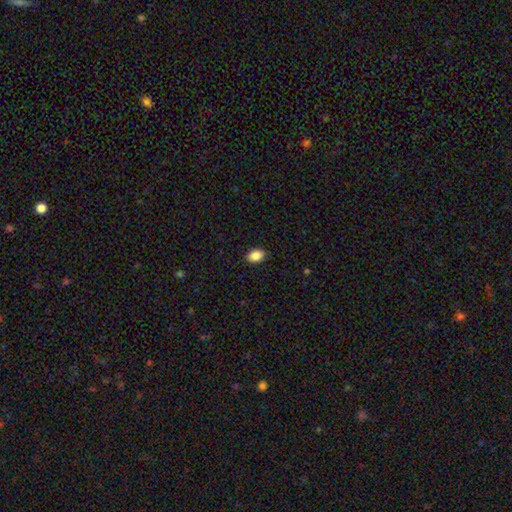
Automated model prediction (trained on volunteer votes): Smooth or featured? smooth (88%)
How rounded? in between (80%)
Merging? none (90%)